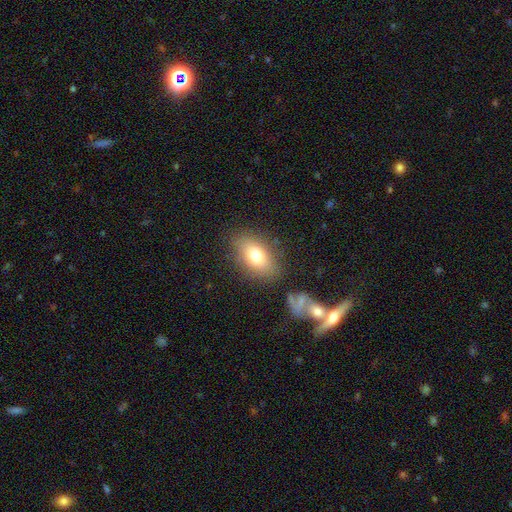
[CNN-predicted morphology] This is likely a smooth galaxy (75%). How rounded: clearly in between (86%). Merging: likely none (80%).